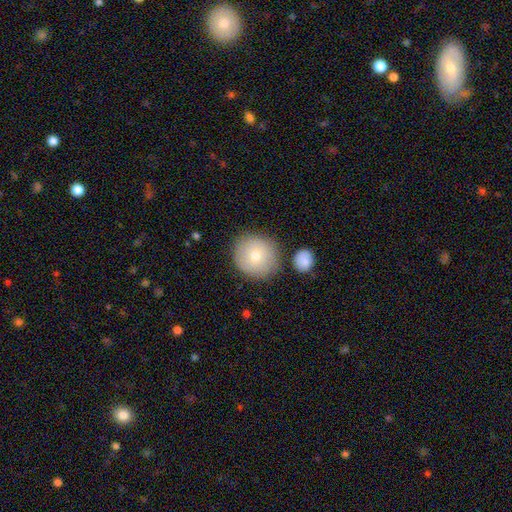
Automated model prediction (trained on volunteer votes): A smooth galaxy with no disk features (74%) that is round (92%). Merging: none (79%).